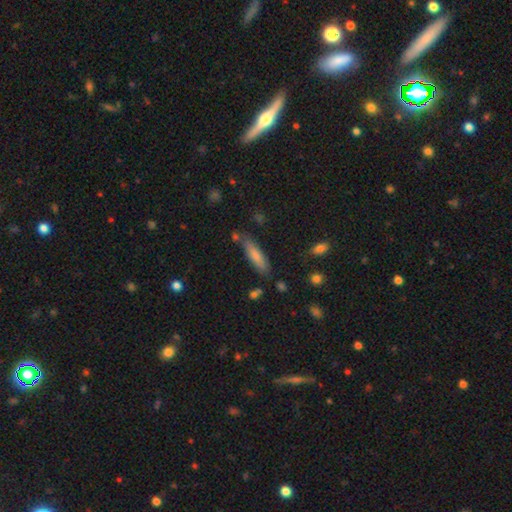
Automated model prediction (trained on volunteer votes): Morphology: type=smooth (74%); roundness=cigar-shaped (72%); merging=none (73%).